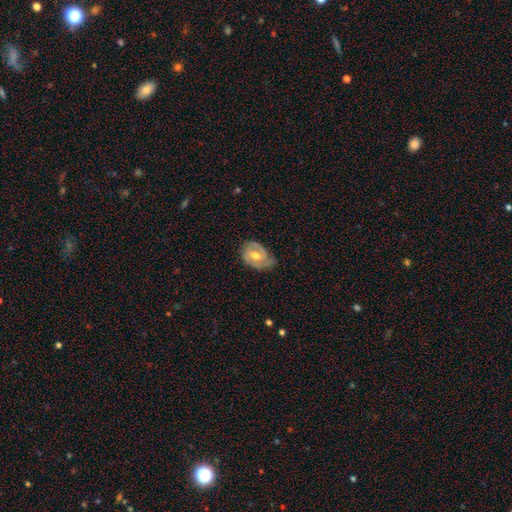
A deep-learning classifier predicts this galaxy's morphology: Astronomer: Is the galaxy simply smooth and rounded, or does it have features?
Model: featured or disk — 71%.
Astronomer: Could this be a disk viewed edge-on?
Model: no — 96%.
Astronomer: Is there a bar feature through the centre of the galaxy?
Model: weak — 45% (runner-up: no, 41%).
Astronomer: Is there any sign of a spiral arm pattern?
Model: yes — 85%.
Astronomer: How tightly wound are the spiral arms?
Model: tight — 48% (runner-up: medium, 39%).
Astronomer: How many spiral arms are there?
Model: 2 — 67%.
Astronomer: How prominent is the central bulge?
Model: moderate — 73%.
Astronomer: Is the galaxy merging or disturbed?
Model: none — 62%.